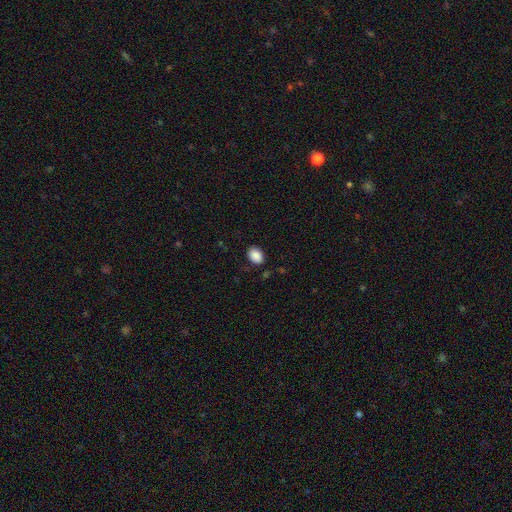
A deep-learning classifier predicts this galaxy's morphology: Smooth or featured: smooth — 89% (star or artifact — 8%)
How rounded: in between — 74% (round — 25%)
Merging: none — 85% (minor disturbance — 11%)